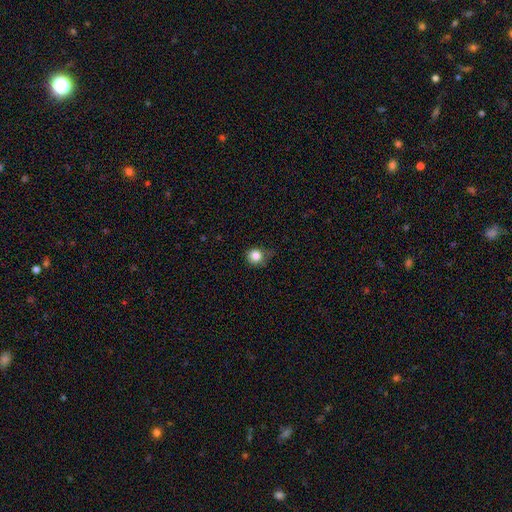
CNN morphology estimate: The model was most divided on "merging": none: 65%, minor disturbance: 27%, major disturbance: 7%, merger: 2%. More confident: how rounded — round (90%); smooth or featured — smooth (84%).